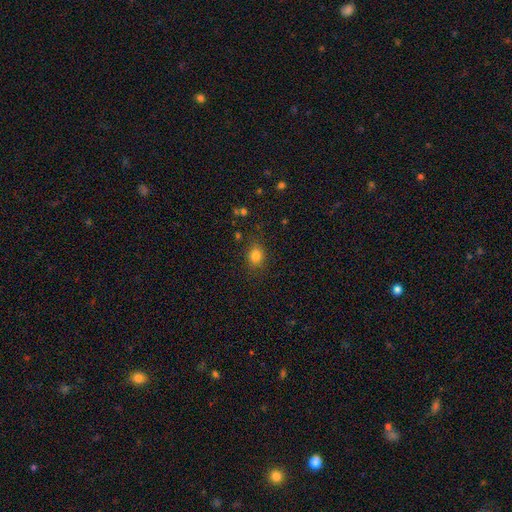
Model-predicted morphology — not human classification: A smooth galaxy with no disk features (82%) that is round (55%). Merging: none (81%).